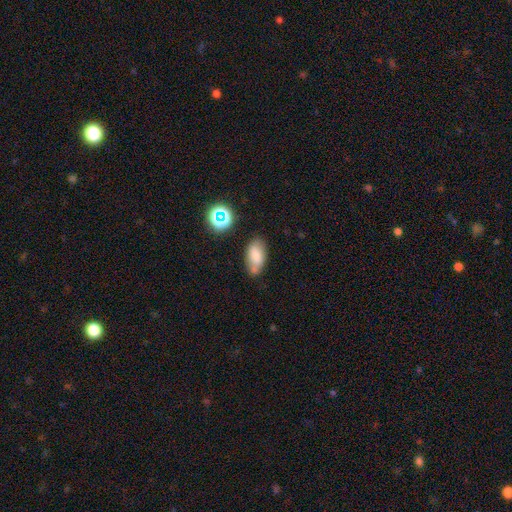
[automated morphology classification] type=smooth (74%); roundness=in between (90%); merging=none (60%).